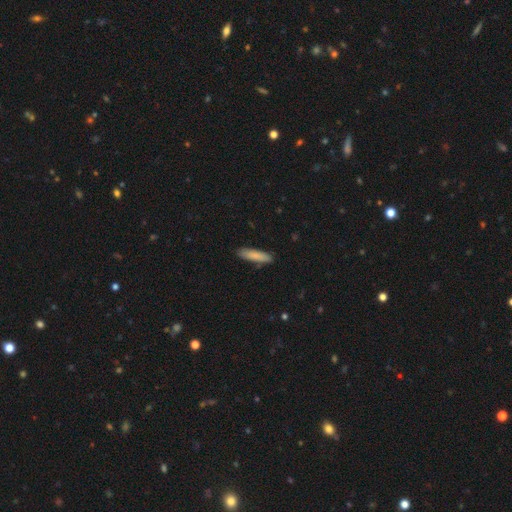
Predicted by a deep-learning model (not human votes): Smooth or featured: smooth — 84% (featured or disk — 10%)
How rounded: cigar-shaped — 78% (in between — 21%)
Merging: none — 87% (minor disturbance — 10%)